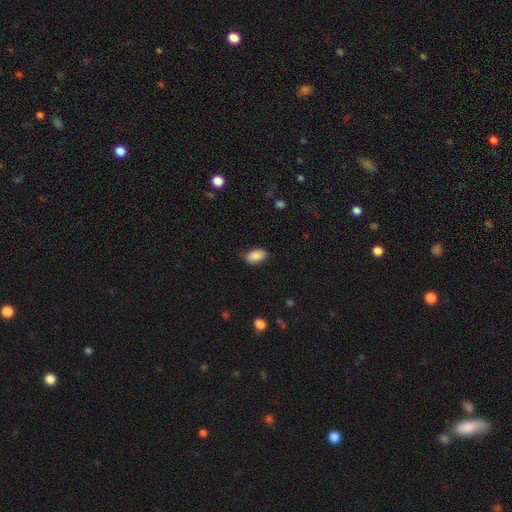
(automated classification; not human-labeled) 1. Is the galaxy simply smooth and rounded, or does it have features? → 88% smooth, 7% star or artifact, 5% featured or disk.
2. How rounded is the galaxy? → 93% in between, 6% round, 2% cigar-shaped.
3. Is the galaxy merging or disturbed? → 77% none, 18% minor disturbance, 3% major disturbance, 1% merger.